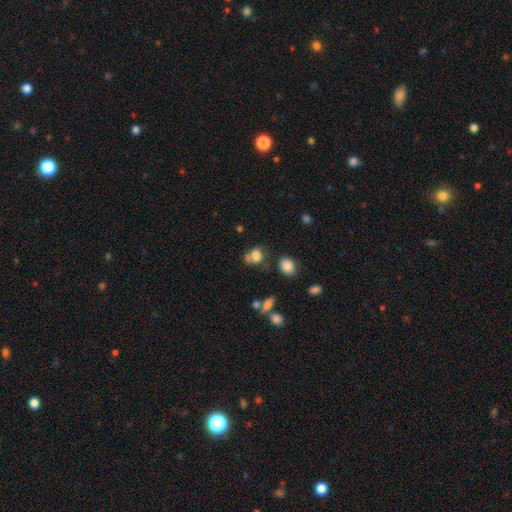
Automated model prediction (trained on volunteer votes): Smooth or featured? smooth (77%)
How rounded? in between (59%)
Merging? none (43%)